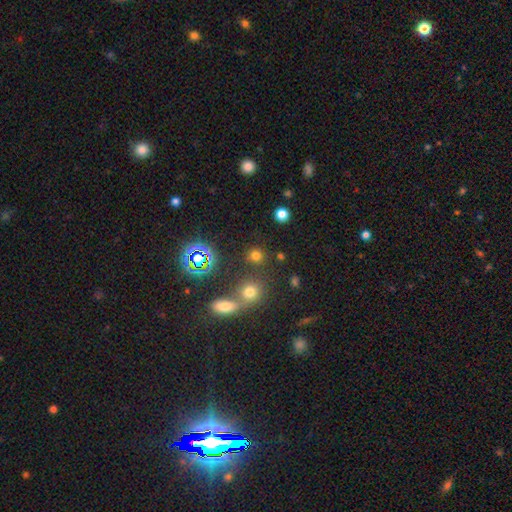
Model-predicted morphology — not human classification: Smooth or featured: smooth — 68% (star or artifact — 25%)
How rounded: round — 86% (in between — 13%)
Merging: none — 76% (merger — 12%)